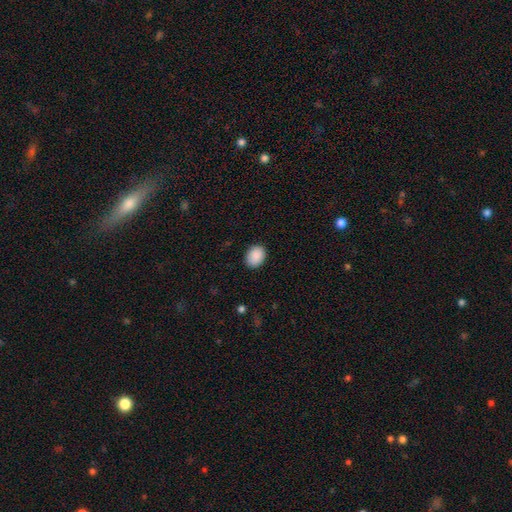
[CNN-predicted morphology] smooth 90%, star or artifact 7%, featured or disk 3%. Down the decision tree: how rounded — in between (62%); merging — none (88%).